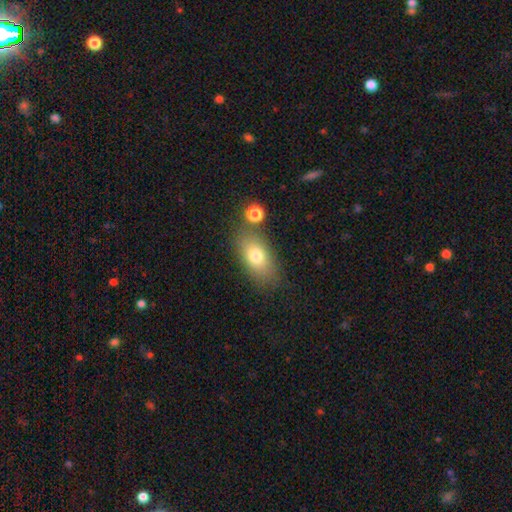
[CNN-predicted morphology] smooth_or_featured: smooth (p=0.75) [alt: featured or disk p=0.15]
how_rounded: in between (p=0.86) [alt: round p=0.10]
merging: none (p=0.73) [alt: minor disturbance p=0.14]